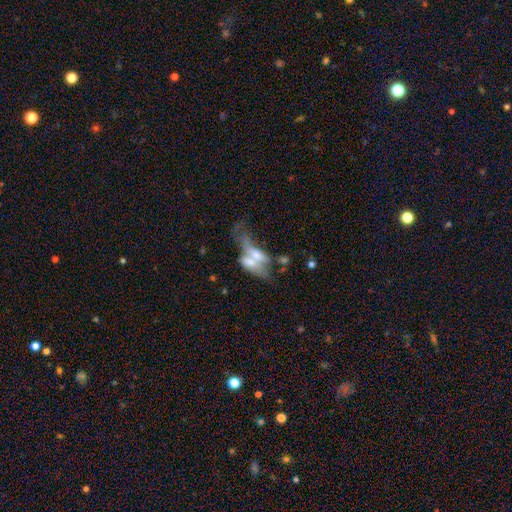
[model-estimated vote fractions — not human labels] featured or disk 53%, smooth 37%, star or artifact 10%. Down the decision tree: edge-on disk — no (70%); merging — merger (60%).